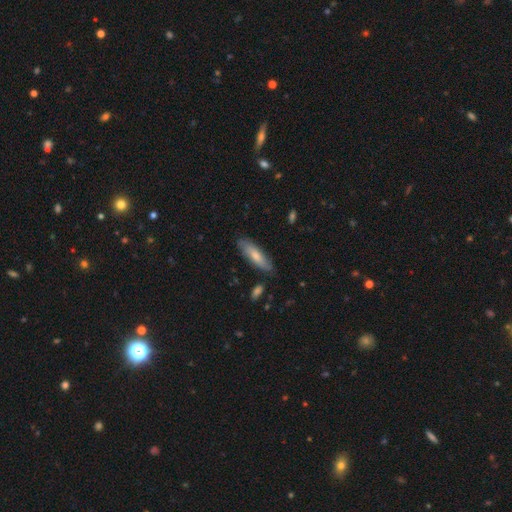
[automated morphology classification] Overall: smooth (69%). How rounded: cigar-shaped (59%; in between 40%). Merging: none (81%).